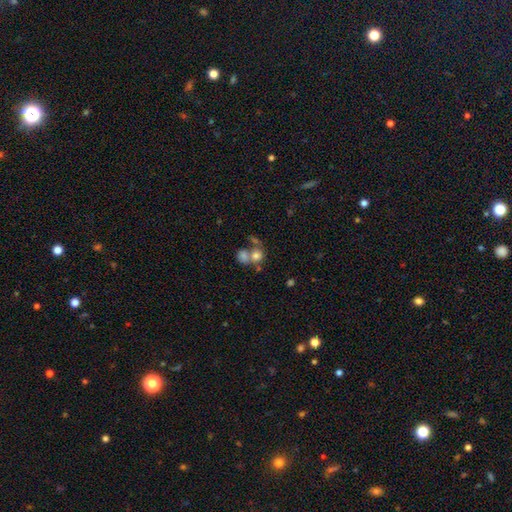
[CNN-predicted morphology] Smooth or featured? smooth (70%)
How rounded? round (75%)
Merging? merger (57%)